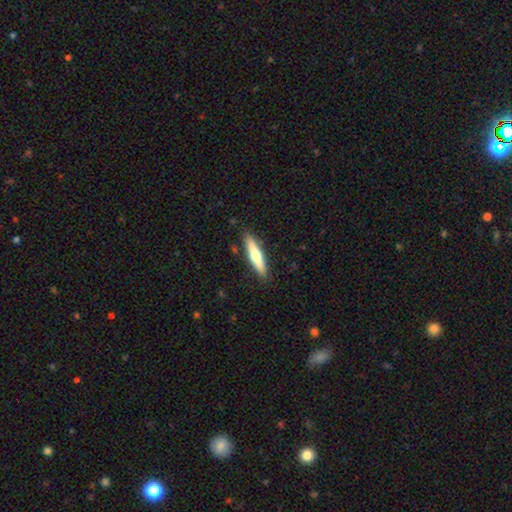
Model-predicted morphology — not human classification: Smooth or featured? smooth (54%)
How rounded? cigar-shaped (83%)
Merging? none (88%)